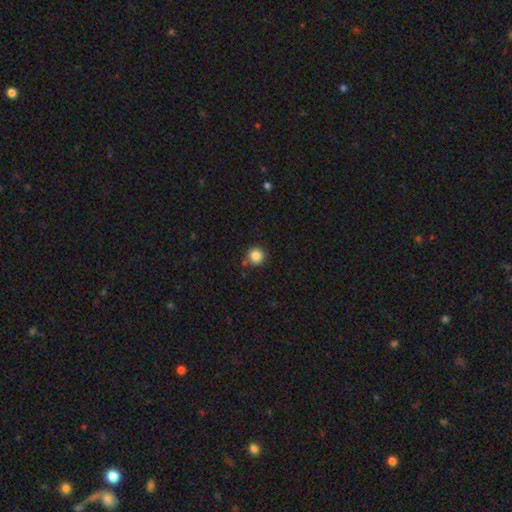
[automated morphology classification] Smooth or featured?
  - smooth: 85% *
  - star or artifact: 10%
  - featured or disk: 4%
How rounded?
  - round: 95% *
  - in between: 4%
  - cigar-shaped: 1%
Merging?
  - none: 83% *
  - minor disturbance: 10%
  - merger: 5%
  - major disturbance: 2%